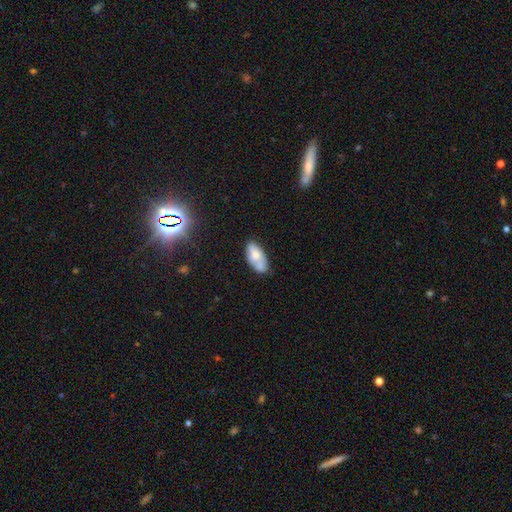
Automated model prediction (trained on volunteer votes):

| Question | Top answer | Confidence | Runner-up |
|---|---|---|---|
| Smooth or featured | smooth | 68% | featured or disk (24%) |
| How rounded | in between | 90% | cigar-shaped (7%) |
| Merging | none | 55% | minor disturbance (28%) |